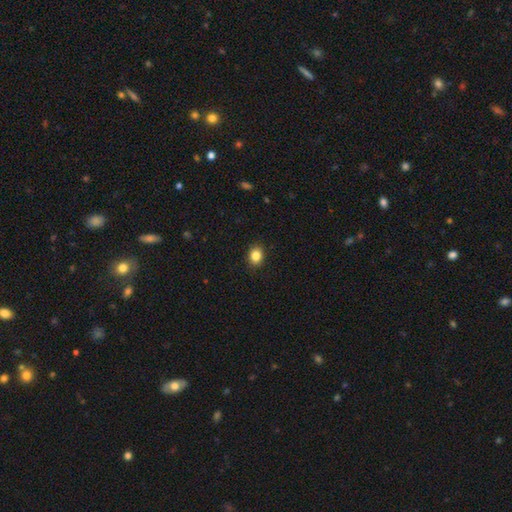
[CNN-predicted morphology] The model was most divided on "how rounded": round: 50%, in between: 49%, cigar-shaped: 1%. More confident: merging — none (90%); smooth or featured — smooth (85%).